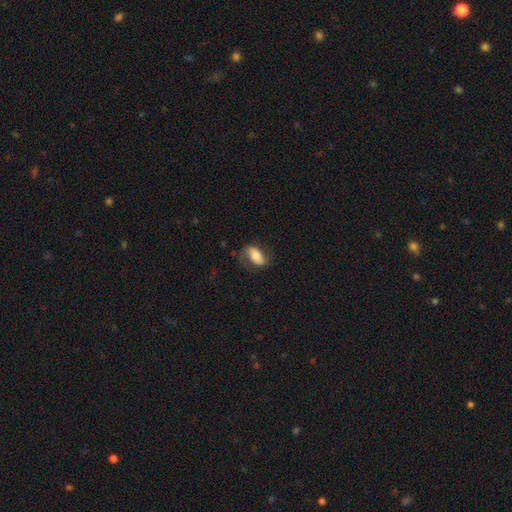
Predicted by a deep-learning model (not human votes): Q: Smooth or featured?
A: smooth (61%); runner-up: featured or disk (32%)
Q: How rounded?
A: in between (88%); runner-up: cigar-shaped (6%)
Q: Merging?
A: none (60%); runner-up: minor disturbance (25%)